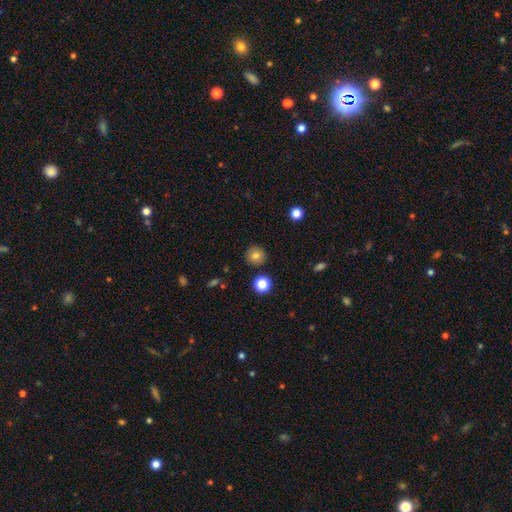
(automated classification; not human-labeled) Smooth or featured? smooth (81%)
How rounded? round (94%)
Merging? none (90%)